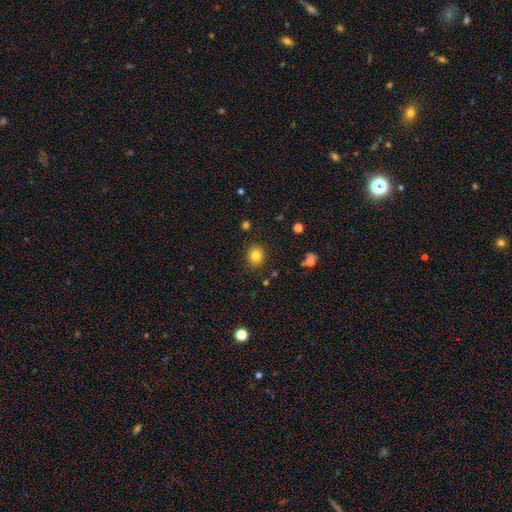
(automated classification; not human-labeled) Smooth or featured: smooth — 82% (star or artifact — 11%)
How rounded: round — 75% (in between — 25%)
Merging: none — 88% (minor disturbance — 8%)